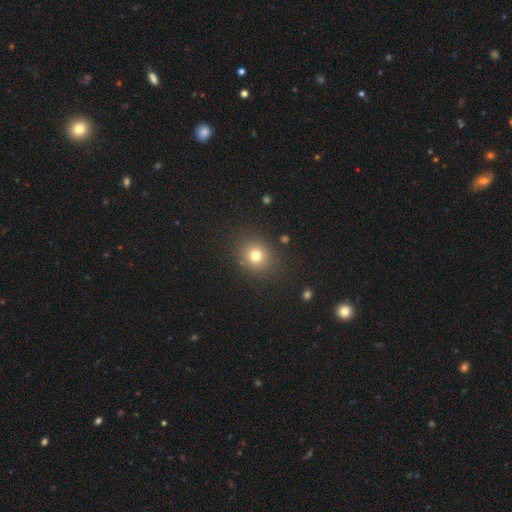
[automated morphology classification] The model was most divided on "how rounded": round: 75%, in between: 24%, cigar-shaped: 1%. More confident: merging — none (86%); smooth or featured — smooth (76%).